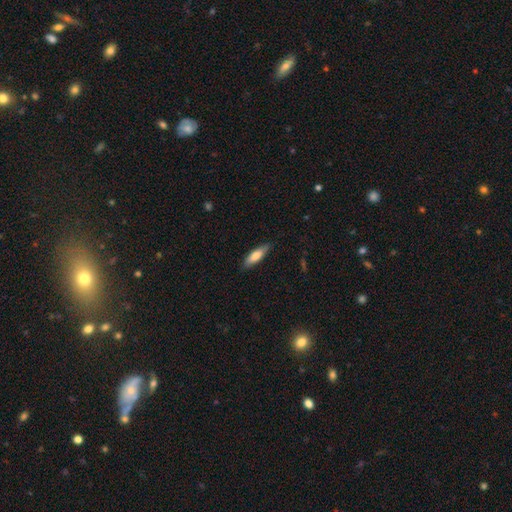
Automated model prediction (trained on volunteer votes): This is likely a smooth galaxy (75%). How rounded: possibly cigar-shaped (52%). Merging: clearly none (84%).